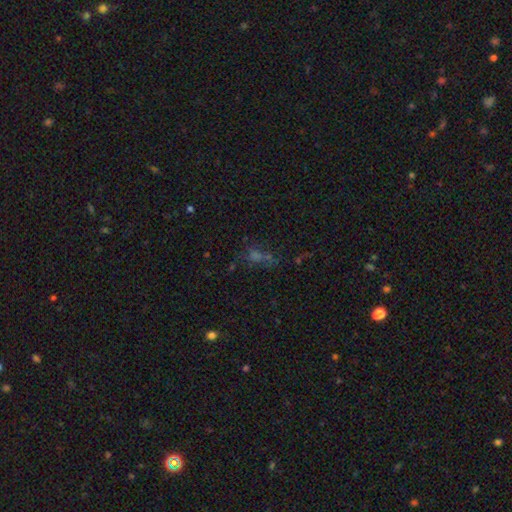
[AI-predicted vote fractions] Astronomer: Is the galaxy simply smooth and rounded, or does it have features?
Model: star or artifact — 47% (runner-up: smooth, 33%).